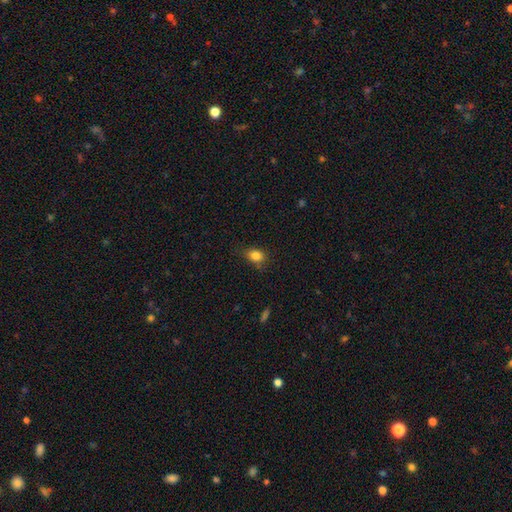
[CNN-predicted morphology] smooth-or-featured: smooth: 83% | star or artifact: 11% | featured or disk: 6%
  how-rounded: in between: 61% | round: 38% | cigar-shaped: 2%
  merging: none: 70% | minor disturbance: 22% | major disturbance: 5% | merger: 2%